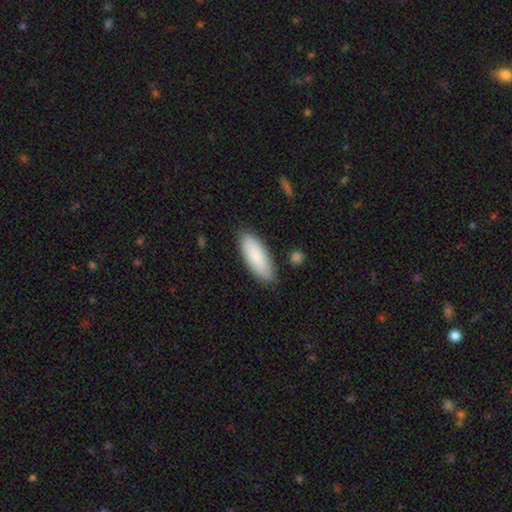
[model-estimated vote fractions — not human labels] A smooth galaxy with no disk features (86%) that is in between round and cigar-shaped (73%).

Vote fractions:
- Smooth or featured? smooth: 86% / featured or disk: 8% / star or artifact: 6%
- How rounded? in between: 73% / cigar-shaped: 25% / round: 2%
- Merging? none: 84% / minor disturbance: 12% / major disturbance: 2% / merger: 2%